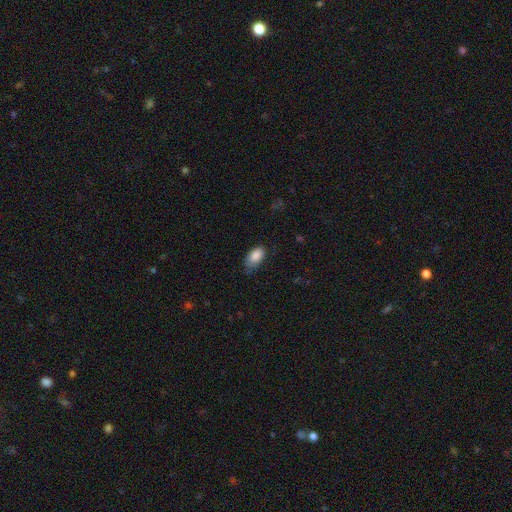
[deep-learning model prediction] A smooth galaxy with no disk features (87%) that is in between round and cigar-shaped (94%). Merging: none (62%).